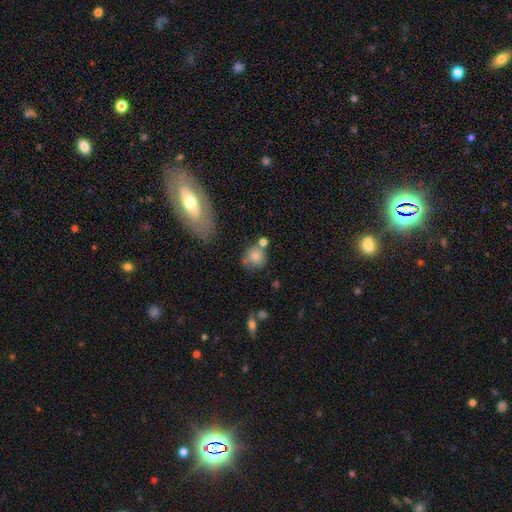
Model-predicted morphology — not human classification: This is likely a smooth galaxy (80%). How rounded: clearly round (84%). Merging: possibly none (60%).